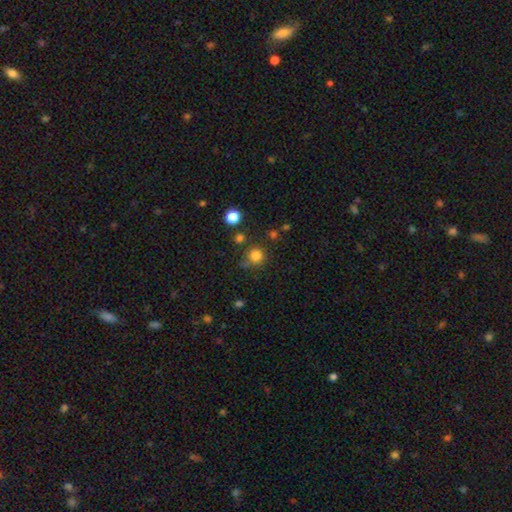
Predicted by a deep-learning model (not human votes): A smooth galaxy with no disk features (80%) that is round (92%). Merging: none (71%).